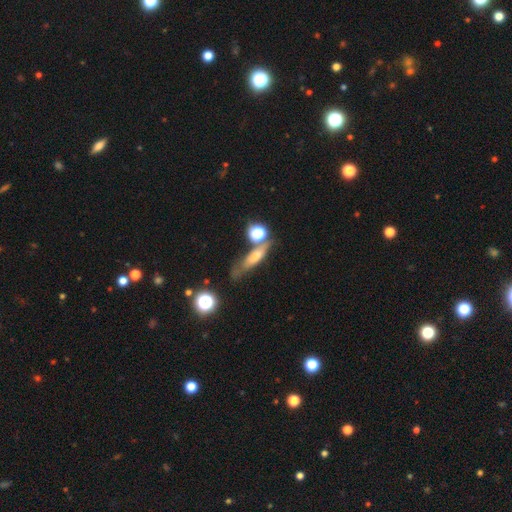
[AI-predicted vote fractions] Smooth or featured? smooth (56%)
How rounded? cigar-shaped (55%)
Merging? none (48%)